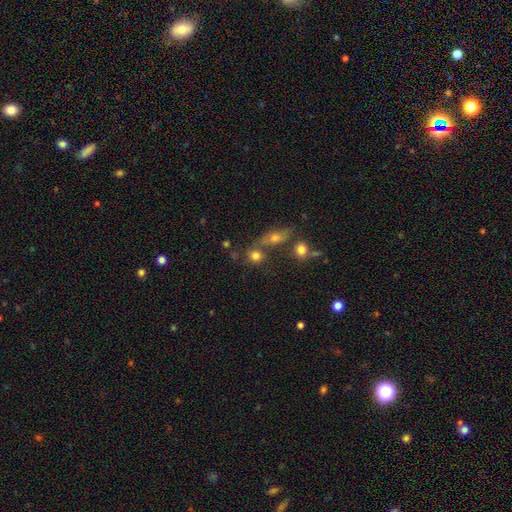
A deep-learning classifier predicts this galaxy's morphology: This is likely a smooth galaxy (77%). How rounded: likely round (78%). Merging: possibly none (58%).